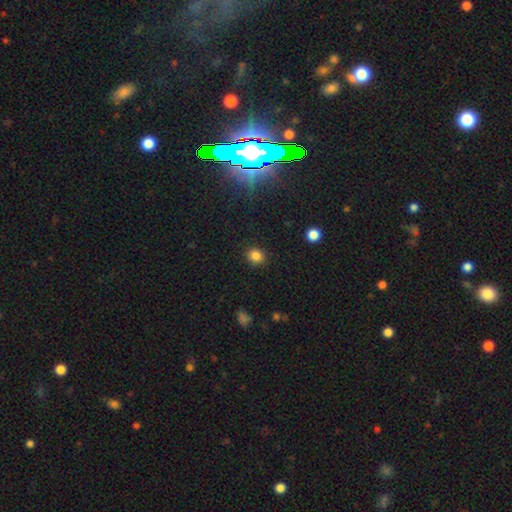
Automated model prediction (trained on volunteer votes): Smooth or featured?
  - smooth: 84% *
  - star or artifact: 12%
  - featured or disk: 4%
How rounded?
  - round: 68% *
  - in between: 31%
  - cigar-shaped: 1%
Merging?
  - none: 88% *
  - minor disturbance: 8%
  - major disturbance: 3%
  - merger: 1%